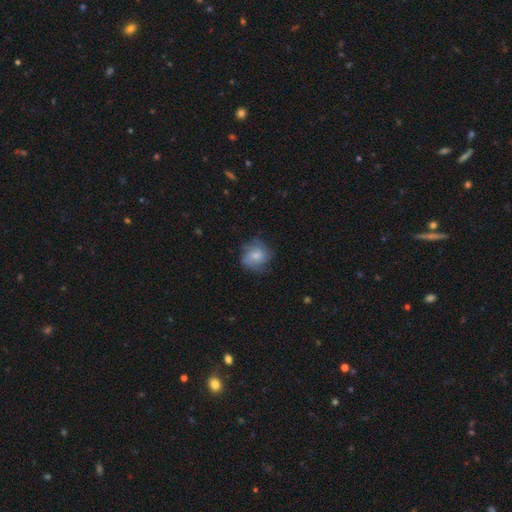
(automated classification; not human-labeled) Q: Smooth or featured?
A: smooth (60%); runner-up: featured or disk (32%)
Q: How rounded?
A: round (76%); runner-up: in between (23%)
Q: Merging?
A: none (65%); runner-up: minor disturbance (24%)